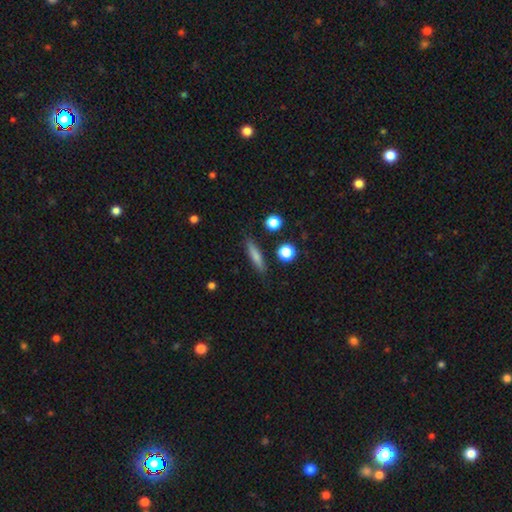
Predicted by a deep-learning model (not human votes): smooth-or-featured: smooth: 72% | featured or disk: 20% | star or artifact: 8%
  how-rounded: cigar-shaped: 83% | in between: 13% | round: 3%
  merging: none: 85% | minor disturbance: 10% | major disturbance: 2% | merger: 2%